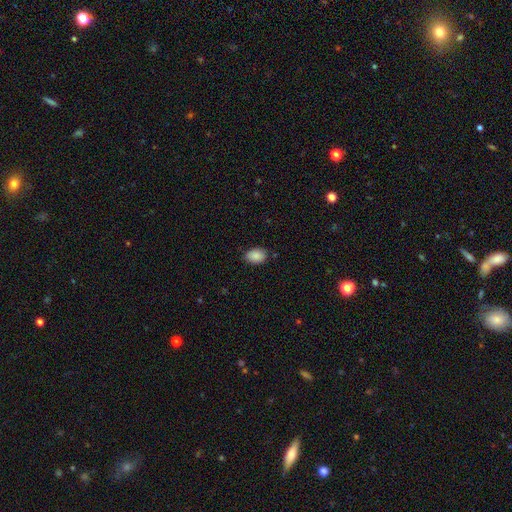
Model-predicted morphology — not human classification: smooth 89%, star or artifact 8%, featured or disk 4%. Down the decision tree: how rounded — in between (80%); merging — none (81%).